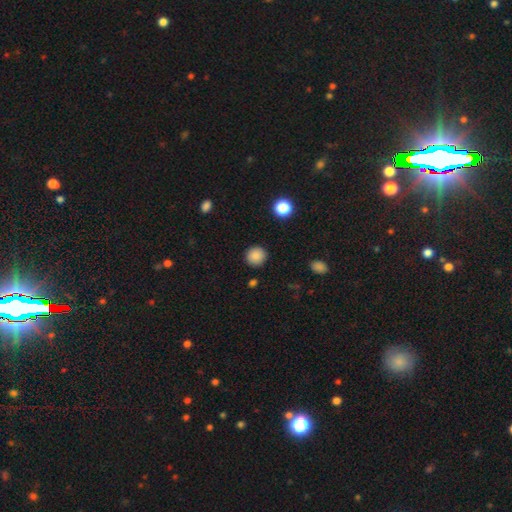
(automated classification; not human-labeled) Smooth or featured: smooth — 86% (star or artifact — 10%)
How rounded: round — 92% (in between — 7%)
Merging: none — 90% (minor disturbance — 7%)